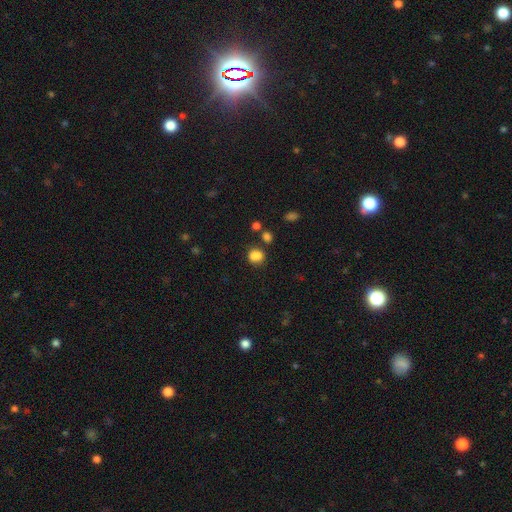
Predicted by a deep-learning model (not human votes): A smooth galaxy with no disk features (81%) that is round (58%).

Vote fractions:
- Smooth or featured? smooth: 81% / star or artifact: 13% / featured or disk: 6%
- How rounded? round: 58% / in between: 41% / cigar-shaped: 1%
- Merging? none: 63% / minor disturbance: 16% / merger: 15% / major disturbance: 6%